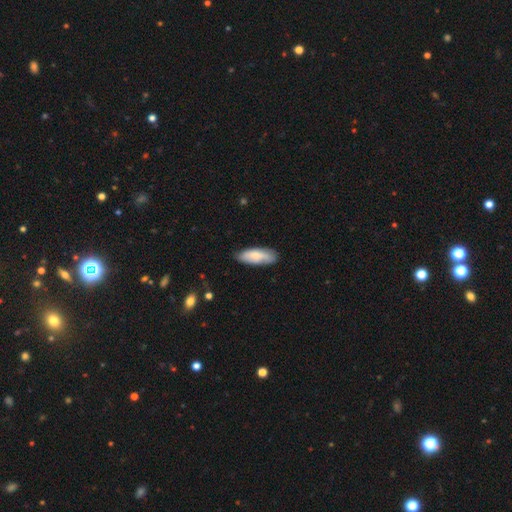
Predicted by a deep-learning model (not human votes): Smooth or featured? Predicted: smooth (p=0.78). How rounded? Predicted: in between (p=0.72). Merging? Predicted: none (p=0.73).